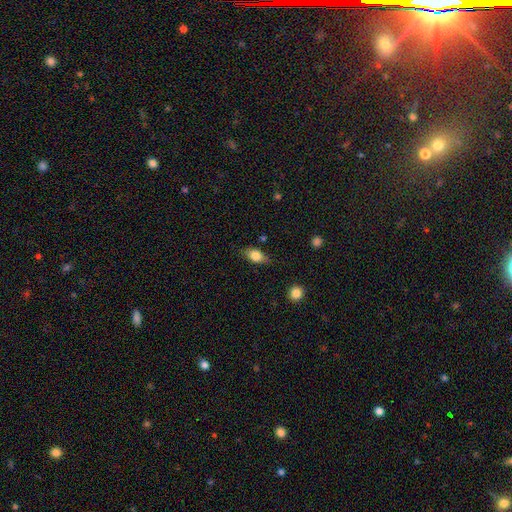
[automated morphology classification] Q: Smooth or featured?
A: smooth (75%); runner-up: featured or disk (17%)
Q: How rounded?
A: in between (82%); runner-up: round (10%)
Q: Merging?
A: none (77%); runner-up: minor disturbance (18%)